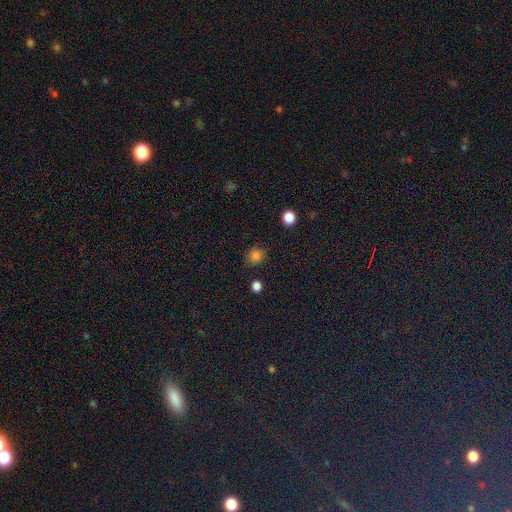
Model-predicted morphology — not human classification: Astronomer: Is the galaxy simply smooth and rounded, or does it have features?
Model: smooth — 80%.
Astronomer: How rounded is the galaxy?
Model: round — 75%.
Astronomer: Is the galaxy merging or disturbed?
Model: none — 80%.